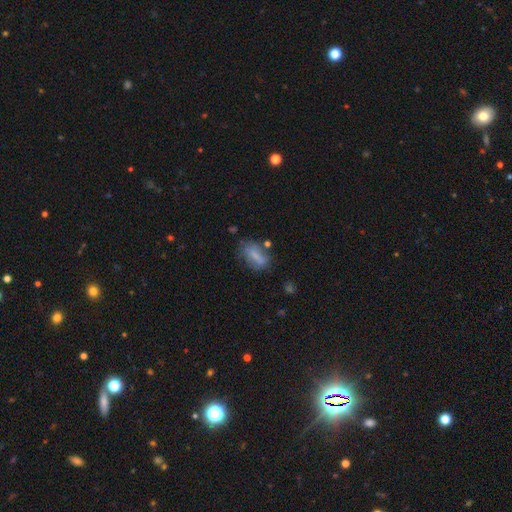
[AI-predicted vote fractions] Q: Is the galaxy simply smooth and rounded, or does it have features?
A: smooth — 65%.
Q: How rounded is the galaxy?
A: in between — 75%.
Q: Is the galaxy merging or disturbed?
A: none — 55%.